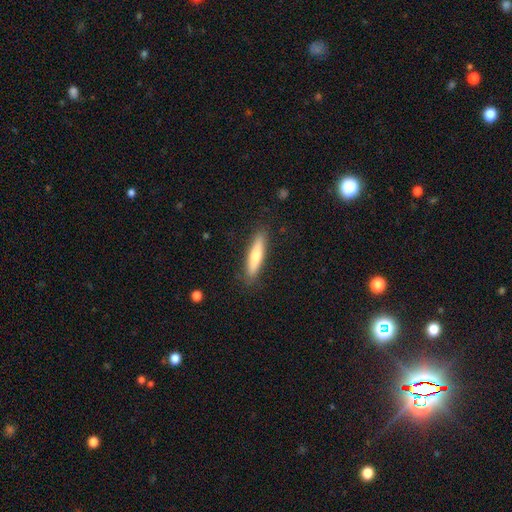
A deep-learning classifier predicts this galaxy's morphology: A smooth galaxy with no disk features (65%) that is cigar-shaped (85%).

Vote fractions:
- Smooth or featured? smooth: 65% / featured or disk: 29% / star or artifact: 6%
- How rounded? cigar-shaped: 85% / in between: 14% / round: 1%
- Merging? none: 88% / minor disturbance: 9% / major disturbance: 2% / merger: 1%